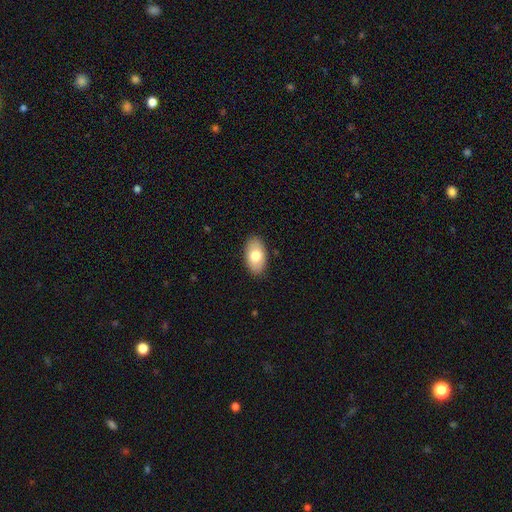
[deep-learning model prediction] Q: Smooth or featured?
A: smooth (74%); runner-up: featured or disk (20%)
Q: How rounded?
A: in between (94%); runner-up: round (5%)
Q: Merging?
A: none (88%); runner-up: minor disturbance (9%)